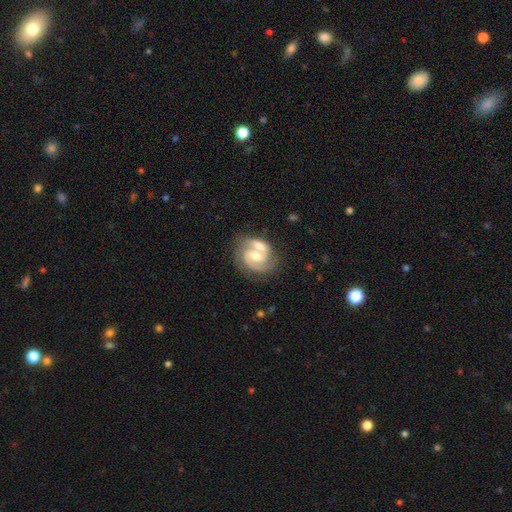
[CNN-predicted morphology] smooth-or-featured: featured or disk: 82% | smooth: 13% | star or artifact: 5%
  disk-edge-on: no: 98% | yes: 2%
    bar: weak: 44% | no: 41% | strong: 15%
    has-spiral-arms: yes: 95% | no: 5%
      spiral-winding: medium: 50% | tight: 39% | loose: 12%
      spiral-arm-count: 2: 85% | can't tell: 5% | 1: 4% | 3: 3% | 4: 1% | more than 4: 1%
    bulge-size: moderate: 62% | small: 25% | large: 8% | none: 3% | dominant: 1%
  merging: none: 44% | merger: 36% | minor disturbance: 13% | major disturbance: 6%